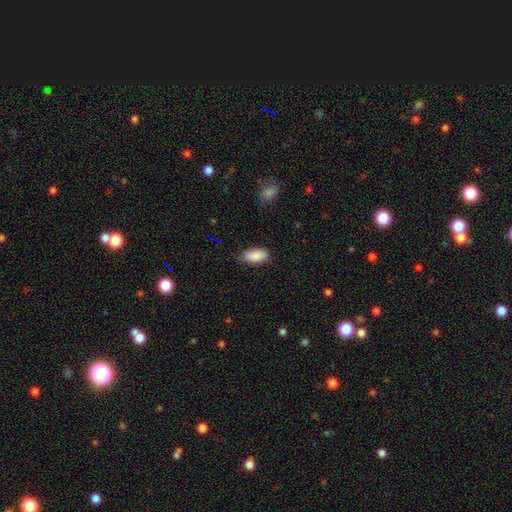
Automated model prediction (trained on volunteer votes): This appears to be a smooth galaxy with no disk features (89%) that is in between round and cigar-shaped (93%). Merging: none (80%).